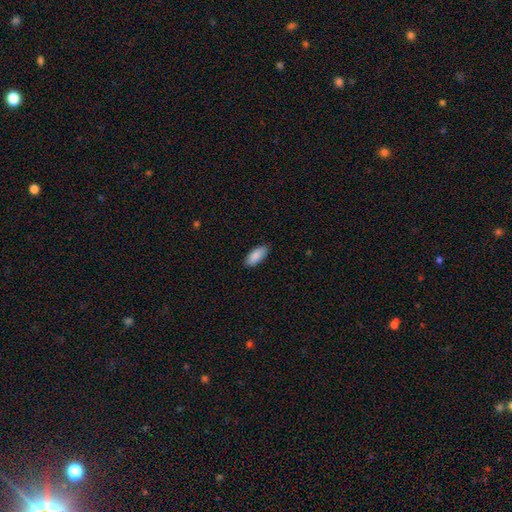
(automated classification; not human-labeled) The model was most divided on "how rounded": in between: 85%, cigar-shaped: 13%, round: 2%. More confident: smooth or featured — smooth (89%); merging — none (87%).